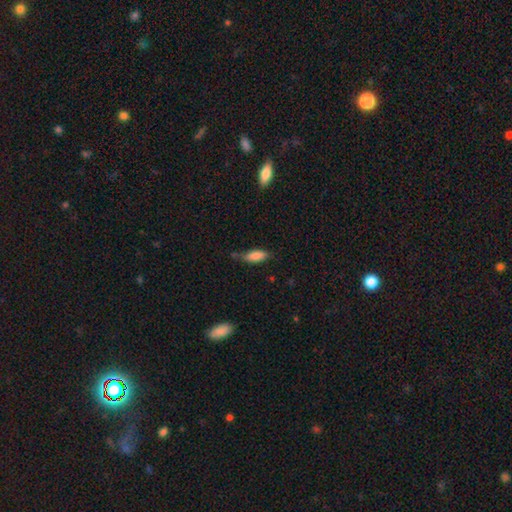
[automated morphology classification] A smooth galaxy with no disk features (83%) that is in between round and cigar-shaped (72%). Merging: none (58%).